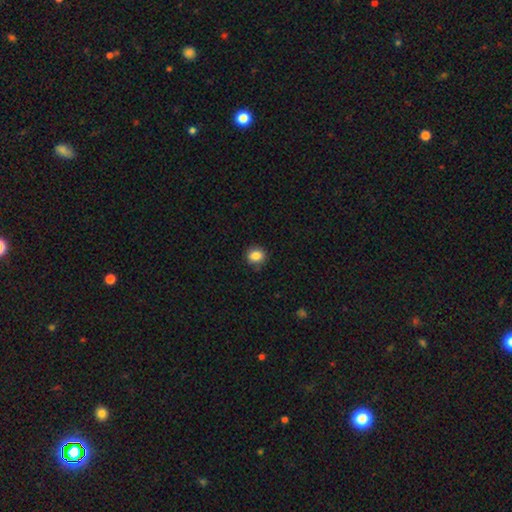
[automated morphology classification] The model was most divided on "how rounded": round: 78%, in between: 21%, cigar-shaped: 1%. More confident: merging — none (87%); smooth or featured — smooth (86%).